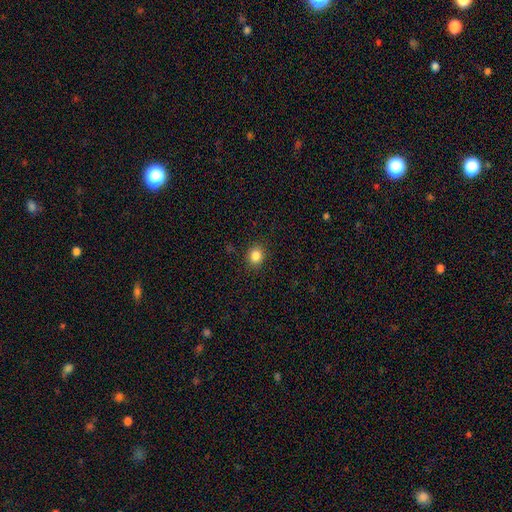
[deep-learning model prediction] smooth-or-featured: smooth: 85% | star or artifact: 11% | featured or disk: 4%
  how-rounded: round: 69% | in between: 30% | cigar-shaped: 1%
  merging: none: 90% | minor disturbance: 7% | major disturbance: 2% | merger: 1%